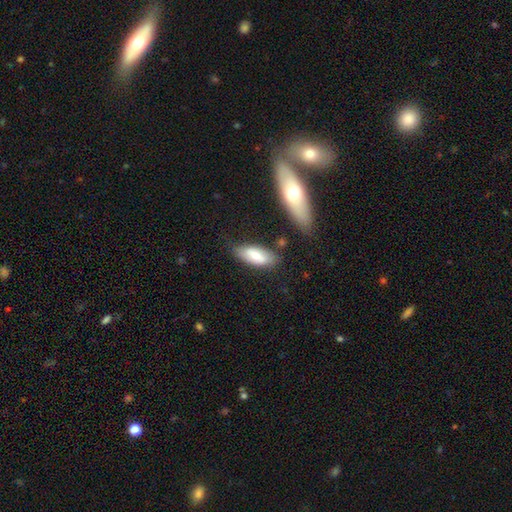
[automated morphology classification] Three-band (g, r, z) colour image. It shows a smooth galaxy with no disk features (66%) that is in between round and cigar-shaped (84%). Merging: none (71%).